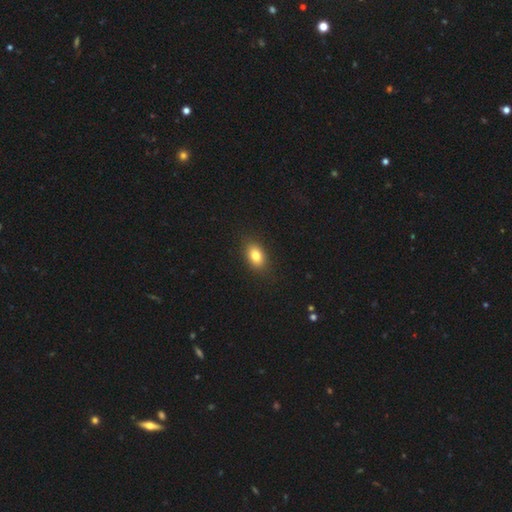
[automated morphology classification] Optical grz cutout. It shows a smooth galaxy with no disk features (81%) that is in between round and cigar-shaped (83%). Merging: none (88%).